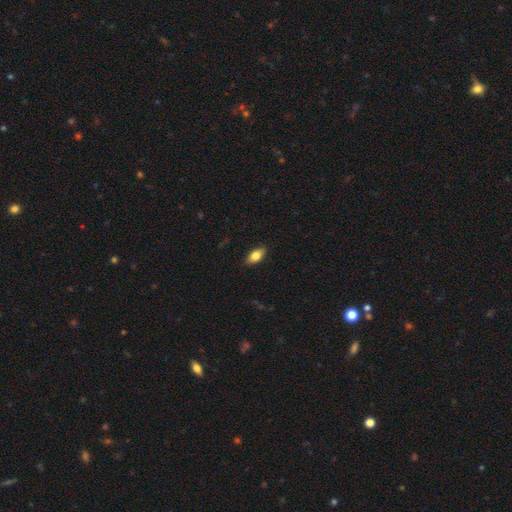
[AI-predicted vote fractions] Smooth or featured?
  - smooth: 74% *
  - featured or disk: 19%
  - star or artifact: 7%
How rounded?
  - in between: 87% *
  - cigar-shaped: 9%
  - round: 4%
Merging?
  - none: 87% *
  - minor disturbance: 10%
  - major disturbance: 2%
  - merger: 1%